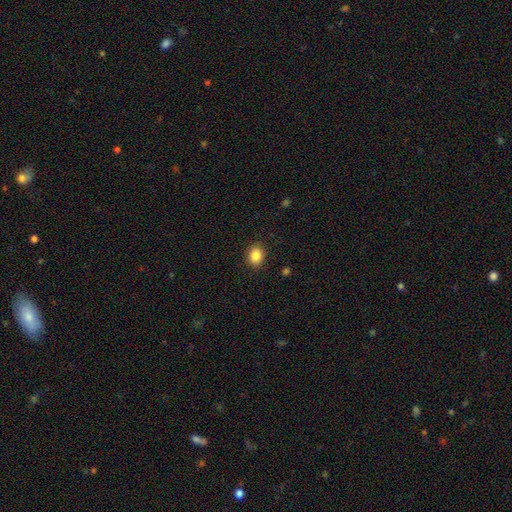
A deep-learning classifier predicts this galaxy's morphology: The model was most divided on "how rounded": round: 51%, in between: 48%, cigar-shaped: 1%. More confident: merging — none (89%); smooth or featured — smooth (86%).